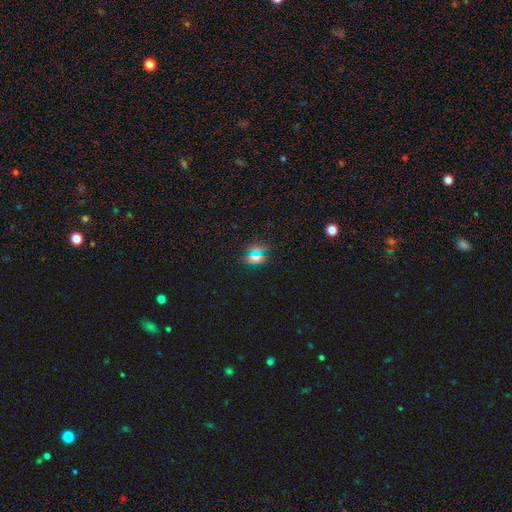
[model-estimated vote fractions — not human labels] smooth-or-featured: smooth: 58% | star or artifact: 31% | featured or disk: 10%
  how-rounded: in between: 63% | round: 28% | cigar-shaped: 9%
  merging: none: 80% | minor disturbance: 11% | major disturbance: 5% | merger: 4%